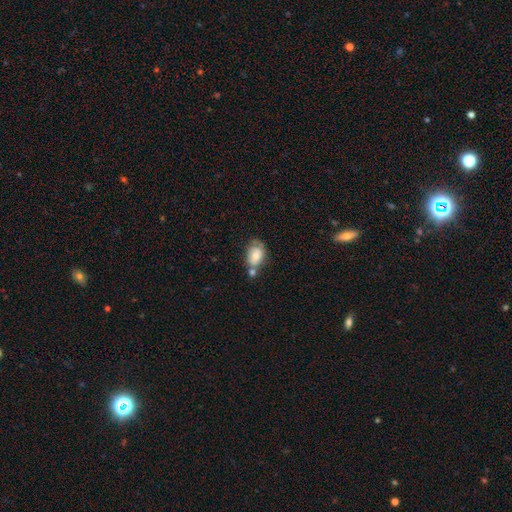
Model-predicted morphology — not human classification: The model was most divided on "merging": none: 36%, merger: 30%, minor disturbance: 23%, major disturbance: 11%. More confident: how rounded — in between (83%); smooth or featured — smooth (62%).